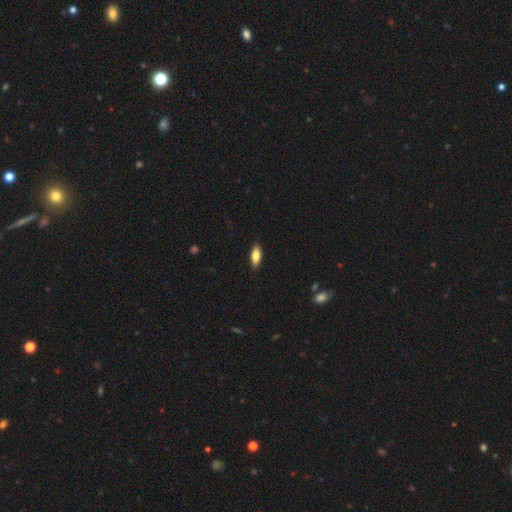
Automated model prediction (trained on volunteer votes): Overall: smooth (74%). How rounded: in between (69%). Merging: none (89%).